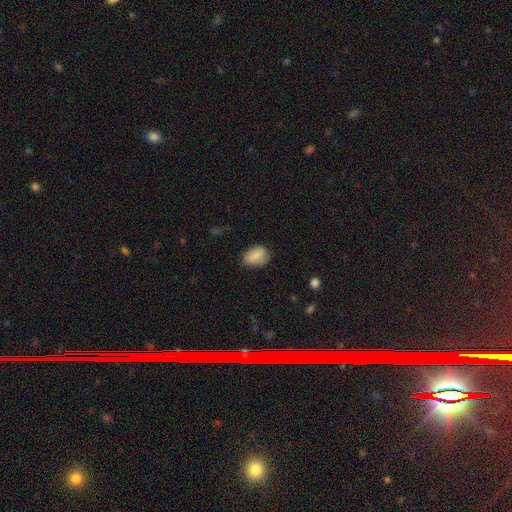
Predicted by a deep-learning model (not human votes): Morphology: type=smooth (85%); roundness=in between (83%); merging=none (75%).